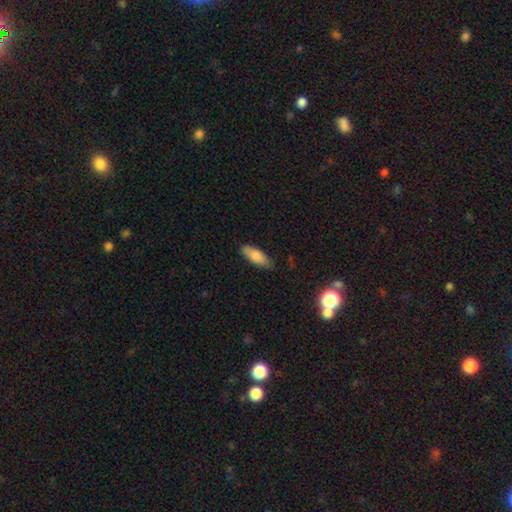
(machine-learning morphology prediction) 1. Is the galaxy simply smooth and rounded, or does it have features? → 81% smooth, 12% featured or disk, 6% star or artifact.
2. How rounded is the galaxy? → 71% in between, 27% cigar-shaped, 2% round.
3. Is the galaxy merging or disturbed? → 79% none, 17% minor disturbance, 3% major disturbance, 1% merger.